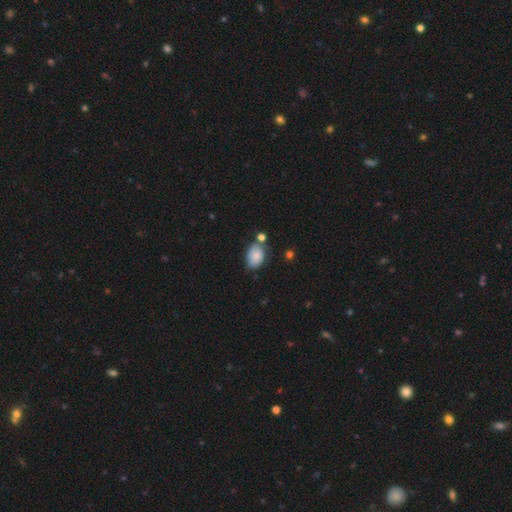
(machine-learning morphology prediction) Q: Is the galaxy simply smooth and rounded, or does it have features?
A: smooth — 83%.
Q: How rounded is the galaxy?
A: in between — 82%.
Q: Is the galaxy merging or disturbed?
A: none — 60%.